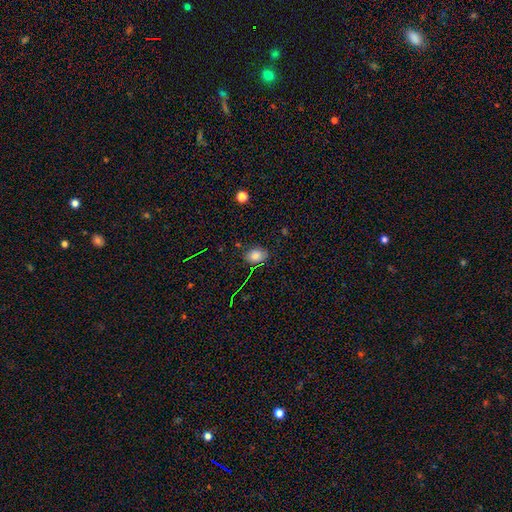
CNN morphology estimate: Smooth or featured?
  - smooth: 77% *
  - star or artifact: 15%
  - featured or disk: 8%
How rounded?
  - in between: 71% *
  - round: 27%
  - cigar-shaped: 1%
Merging?
  - none: 79% *
  - minor disturbance: 15%
  - major disturbance: 3%
  - merger: 2%